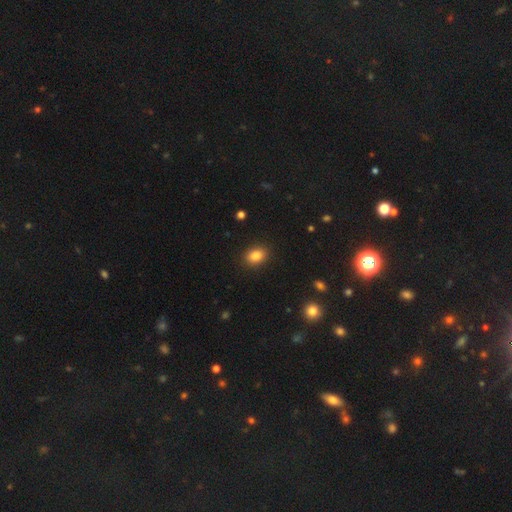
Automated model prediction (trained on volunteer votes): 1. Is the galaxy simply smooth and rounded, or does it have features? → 85% smooth, 9% star or artifact, 5% featured or disk.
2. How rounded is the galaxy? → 68% in between, 31% round, 1% cigar-shaped.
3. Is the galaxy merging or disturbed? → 89% none, 7% minor disturbance, 2% major disturbance, 1% merger.